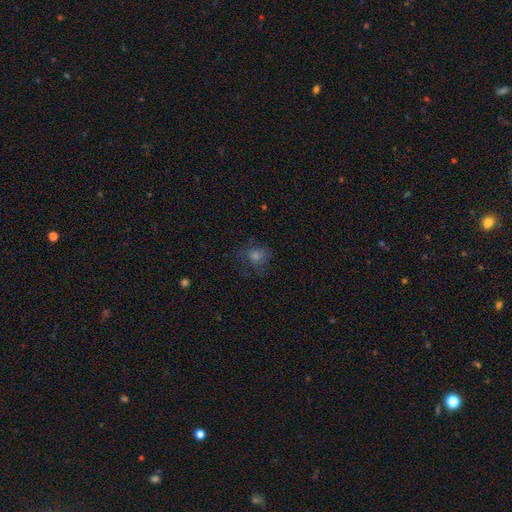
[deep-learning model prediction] Smooth or featured? Predicted: smooth (p=0.52). How rounded? Predicted: round (p=0.71). Merging? Predicted: none (p=0.63).